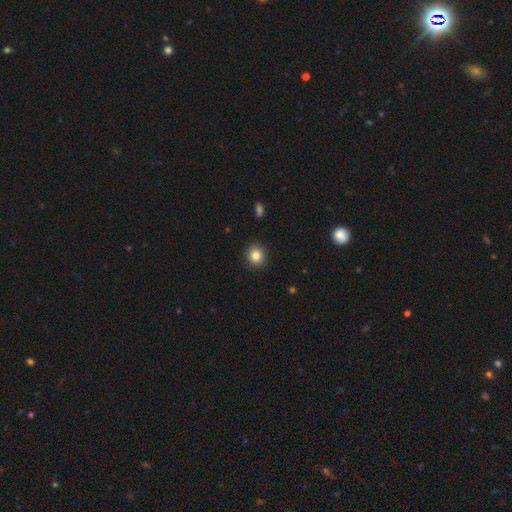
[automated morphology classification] Smooth or featured?
  - smooth: 84% *
  - star or artifact: 10%
  - featured or disk: 6%
How rounded?
  - round: 83% *
  - in between: 16%
  - cigar-shaped: 1%
Merging?
  - none: 90% *
  - minor disturbance: 7%
  - major disturbance: 2%
  - merger: 1%